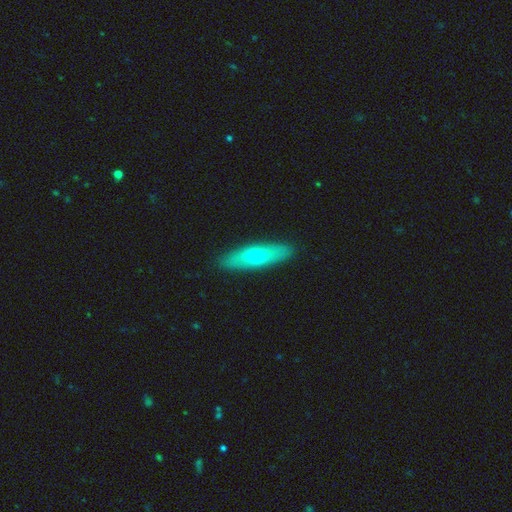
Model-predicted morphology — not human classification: Smooth or featured?
  - smooth: 63% *
  - featured or disk: 31%
  - star or artifact: 6%
How rounded?
  - cigar-shaped: 52% *
  - in between: 45%
  - round: 3%
Merging?
  - none: 89% *
  - minor disturbance: 8%
  - major disturbance: 2%
  - merger: 1%